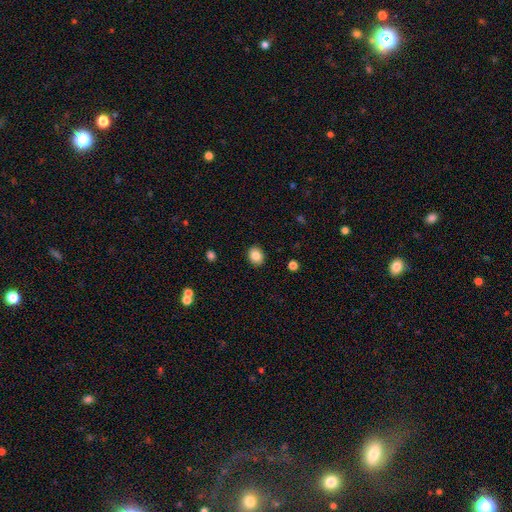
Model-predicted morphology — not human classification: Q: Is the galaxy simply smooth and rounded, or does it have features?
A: smooth — 84%.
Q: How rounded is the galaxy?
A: round — 59%.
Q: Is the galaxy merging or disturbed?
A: none — 90%.